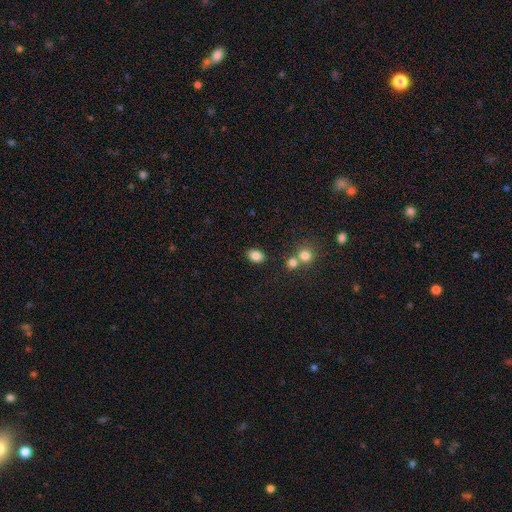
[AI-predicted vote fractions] Q: Smooth or featured?
A: smooth (84%); runner-up: star or artifact (10%)
Q: How rounded?
A: in between (77%); runner-up: round (22%)
Q: Merging?
A: none (82%); runner-up: minor disturbance (10%)